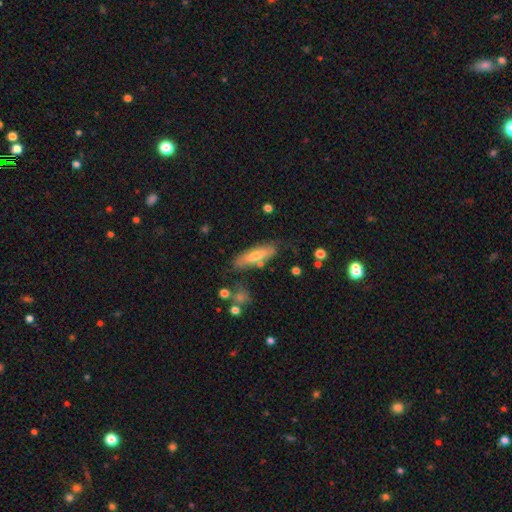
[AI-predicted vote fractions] A smooth galaxy with no disk features (51%) that is cigar-shaped (69%).

Vote fractions:
- Smooth or featured? smooth: 51% / featured or disk: 40% / star or artifact: 8%
- How rounded? cigar-shaped: 69% / in between: 28% / round: 2%
- Merging? none: 75% / minor disturbance: 16% / merger: 4% / major disturbance: 4%